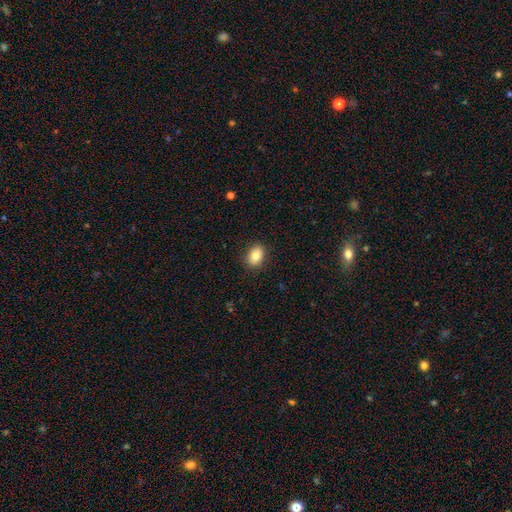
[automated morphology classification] Smooth or featured? smooth (81%)
How rounded? in between (76%)
Merging? none (88%)